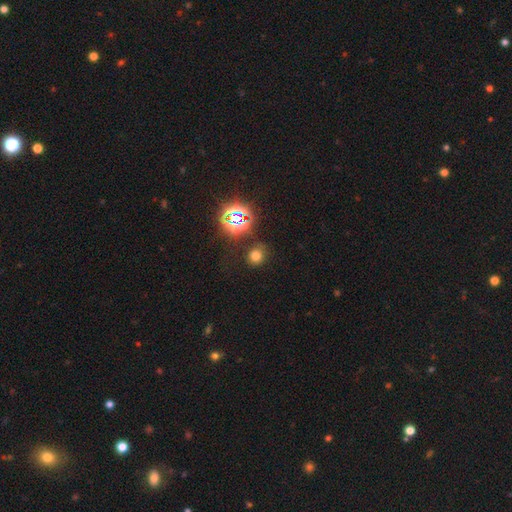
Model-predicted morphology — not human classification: This appears to be a smooth galaxy with no disk features (66%) that is round (80%). Merging: none (81%).